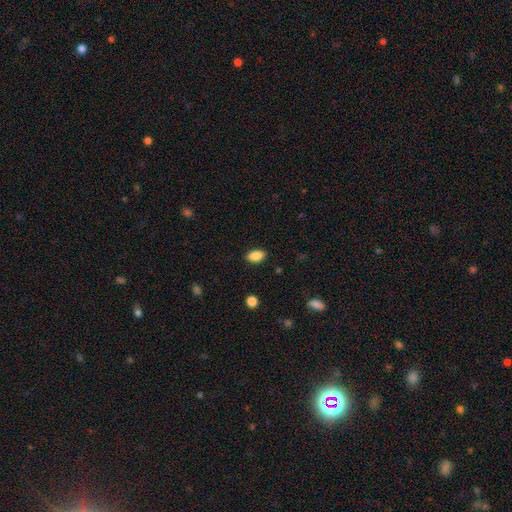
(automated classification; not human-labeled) smooth 89%, star or artifact 8%, featured or disk 4%. Down the decision tree: how rounded — in between (92%); merging — none (88%).